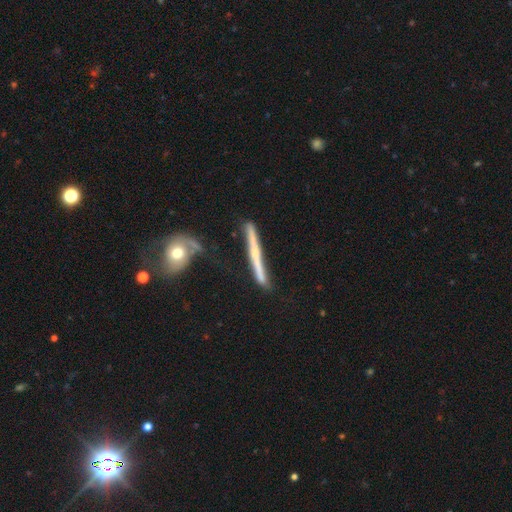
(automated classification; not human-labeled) The model was most divided on "edge-on bulge": none: 48%, rounded: 44%, boxy: 8%. More confident: edge-on disk — yes (95%); merging — none (76%); smooth or featured — featured or disk (67%).